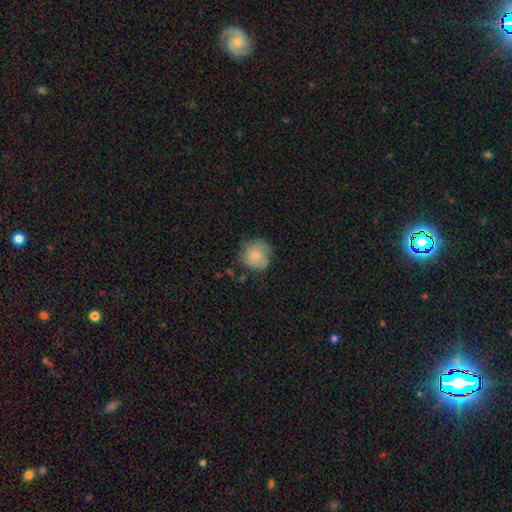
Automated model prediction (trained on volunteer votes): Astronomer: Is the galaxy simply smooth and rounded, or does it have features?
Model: smooth — 69%.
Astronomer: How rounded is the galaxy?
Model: round — 89%.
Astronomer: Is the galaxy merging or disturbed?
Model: none — 65%.